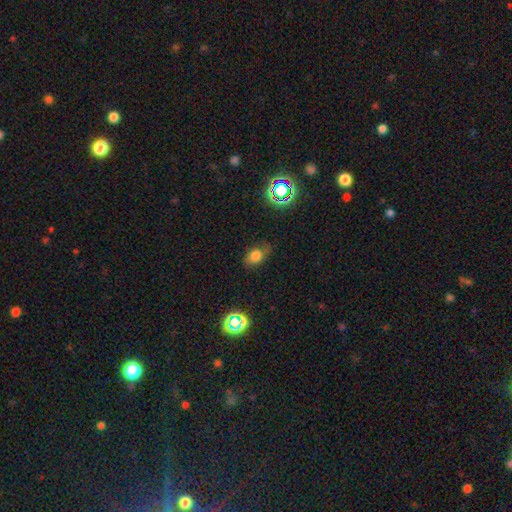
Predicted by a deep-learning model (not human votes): smooth-or-featured: smooth: 71% | star or artifact: 17% | featured or disk: 11%
  how-rounded: in between: 77% | round: 20% | cigar-shaped: 2%
  merging: none: 70% | minor disturbance: 21% | major disturbance: 7% | merger: 2%